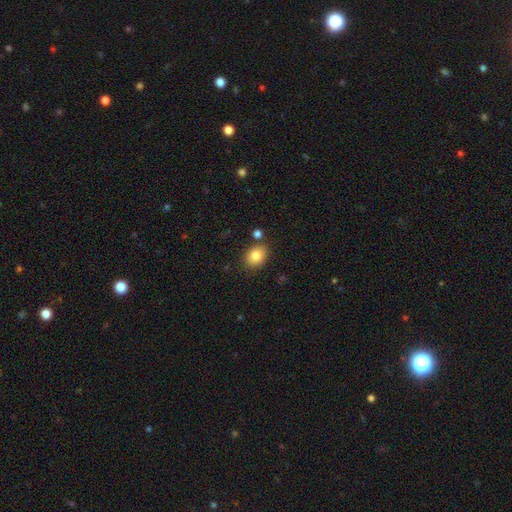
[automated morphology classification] Smooth or featured: smooth — 83% (star or artifact — 9%)
How rounded: in between — 61% (round — 38%)
Merging: none — 81% (minor disturbance — 11%)